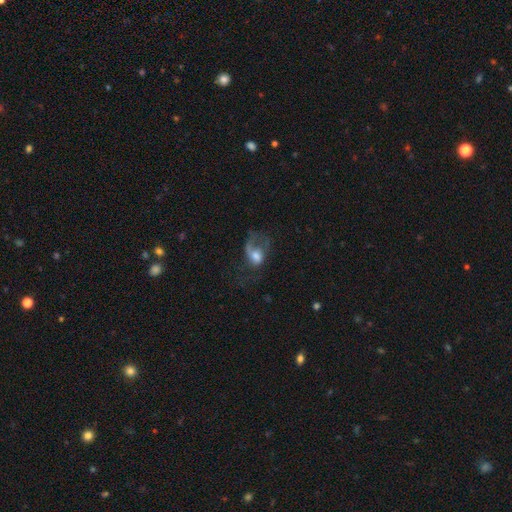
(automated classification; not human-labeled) A featured or disk galaxy (48%).

Vote fractions:
- Smooth or featured? featured or disk: 48% / smooth: 42% / star or artifact: 10%
- Merging? major disturbance: 56% / none: 24% / minor disturbance: 17% / merger: 4%